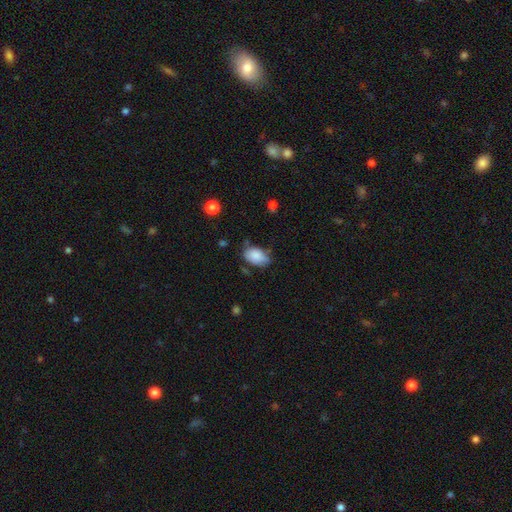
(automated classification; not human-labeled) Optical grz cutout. It shows a smooth galaxy with no disk features (85%) that is in between round and cigar-shaped (90%). Merging: none (62%).